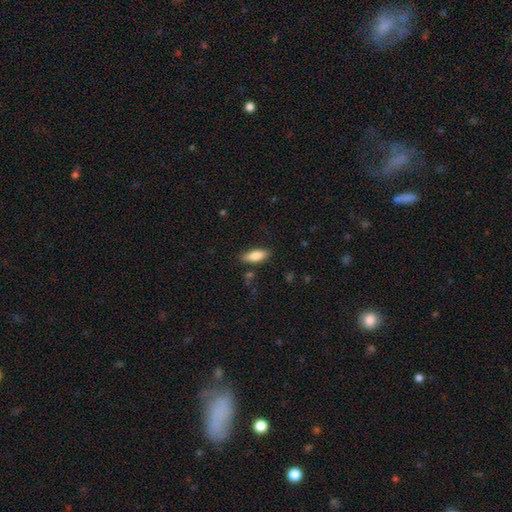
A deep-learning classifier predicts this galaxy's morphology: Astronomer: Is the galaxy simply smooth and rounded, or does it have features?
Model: smooth — 83%.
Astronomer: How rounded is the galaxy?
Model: in between — 76%.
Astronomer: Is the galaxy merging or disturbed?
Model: none — 84%.